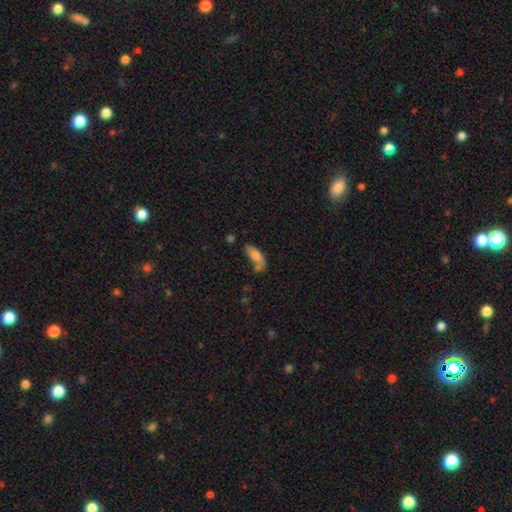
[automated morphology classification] This appears to be a smooth galaxy with no disk features (73%) that is in between round and cigar-shaped (64%). Merging: none (48%).